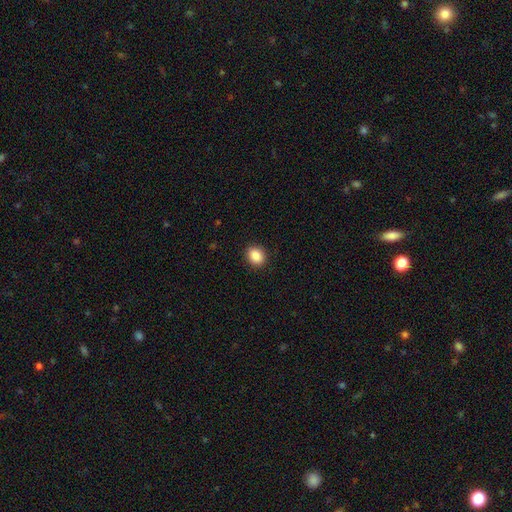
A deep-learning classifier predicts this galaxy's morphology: Smooth or featured: smooth — 88% (star or artifact — 9%)
How rounded: round — 54% (in between — 45%)
Merging: none — 91% (minor disturbance — 6%)